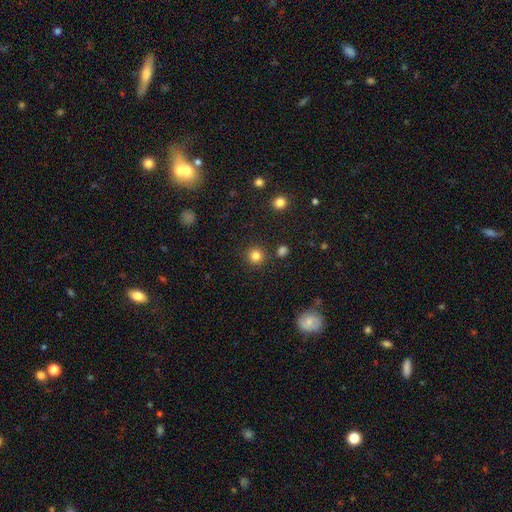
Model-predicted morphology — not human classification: type=smooth (83%); roundness=round (94%); merging=none (88%).